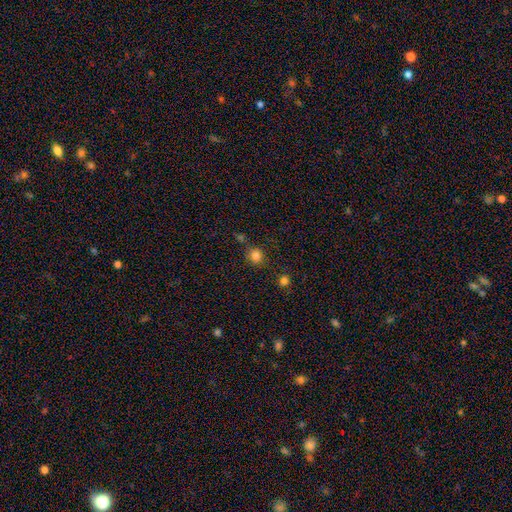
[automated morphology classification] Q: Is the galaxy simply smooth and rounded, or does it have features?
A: smooth — 81%.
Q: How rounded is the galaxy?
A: round — 83%.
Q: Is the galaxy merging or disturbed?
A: none — 74%.